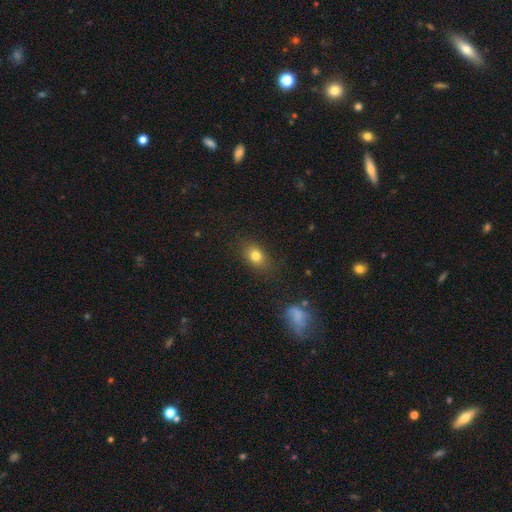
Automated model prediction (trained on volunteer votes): smooth-or-featured: smooth: 79% | star or artifact: 12% | featured or disk: 10%
  how-rounded: in between: 65% | round: 33% | cigar-shaped: 2%
  merging: none: 81% | minor disturbance: 13% | major disturbance: 4% | merger: 2%